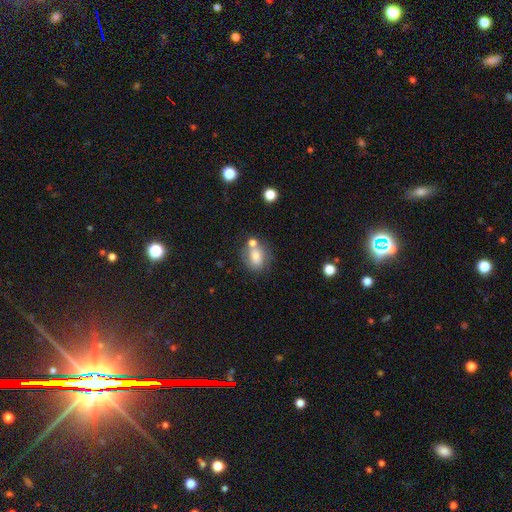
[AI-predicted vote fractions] Smooth or featured: smooth — 71% (featured or disk — 19%)
How rounded: in between — 56% (round — 43%)
Merging: none — 55% (merger — 23%)